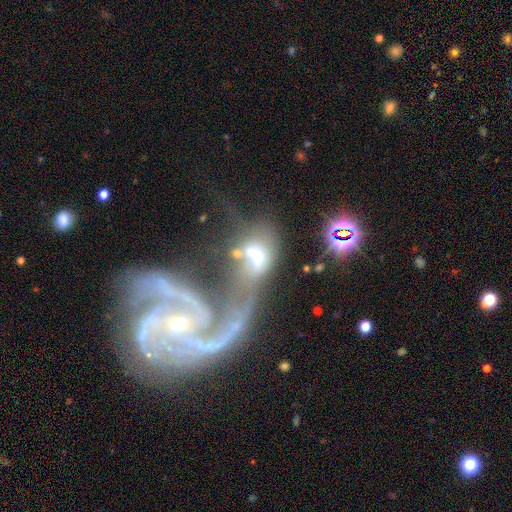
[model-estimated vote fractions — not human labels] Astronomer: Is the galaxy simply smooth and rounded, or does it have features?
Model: featured or disk — 47% (runner-up: smooth, 37%).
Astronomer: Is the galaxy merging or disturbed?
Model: merger — 56%.